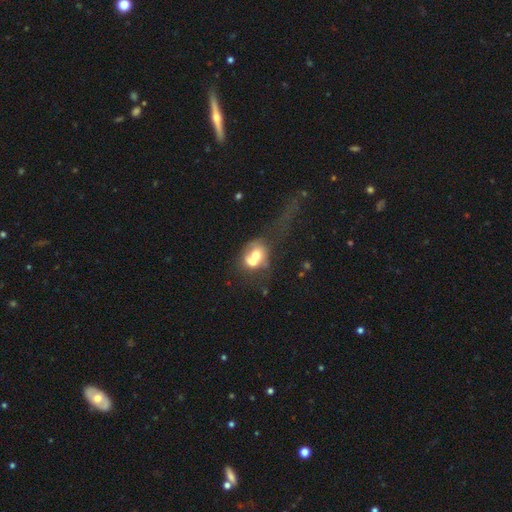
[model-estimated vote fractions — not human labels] Morphology: type=smooth (52%); roundness=round (56%); merging=merger (60%).